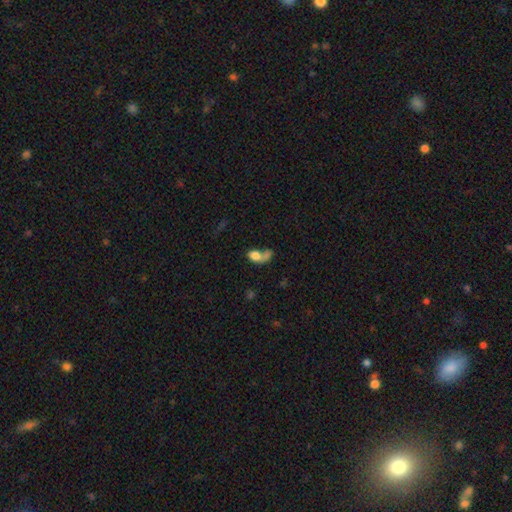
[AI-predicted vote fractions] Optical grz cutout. It shows a smooth galaxy with no disk features (66%) that is in between round and cigar-shaped (73%). Merging: merger (34%).